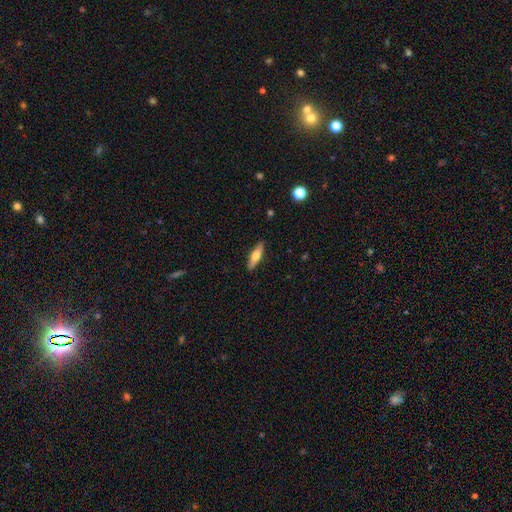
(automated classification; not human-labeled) Q: Smooth or featured?
A: smooth (51%); runner-up: featured or disk (43%)
Q: How rounded?
A: cigar-shaped (66%); runner-up: in between (31%)
Q: Merging?
A: none (90%); runner-up: minor disturbance (7%)